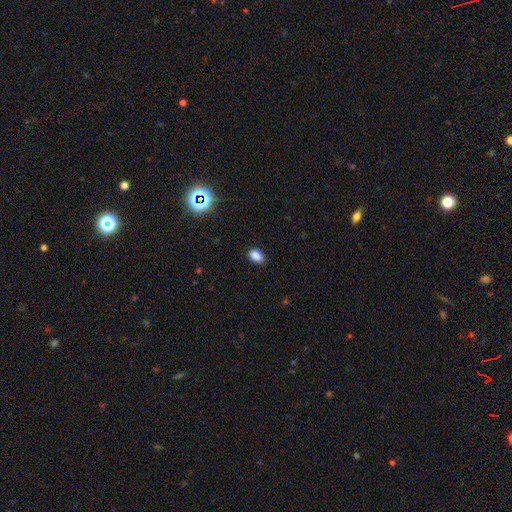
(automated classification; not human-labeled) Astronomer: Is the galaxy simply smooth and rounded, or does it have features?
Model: smooth — 84%.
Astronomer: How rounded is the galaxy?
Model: in between — 85%.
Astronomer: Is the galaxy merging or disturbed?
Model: none — 86%.